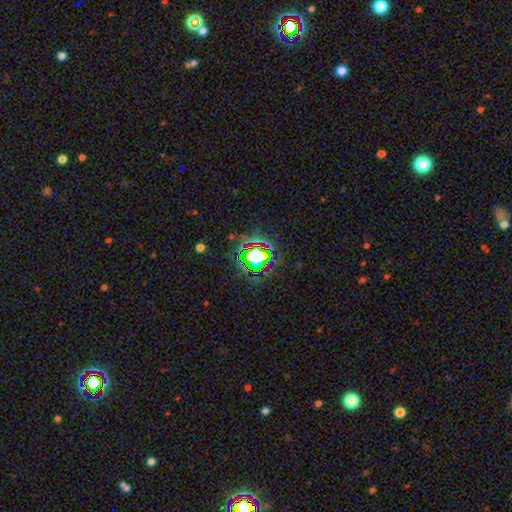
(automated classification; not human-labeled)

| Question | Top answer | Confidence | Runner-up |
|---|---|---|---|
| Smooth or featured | star or artifact | 67% | smooth (20%) |